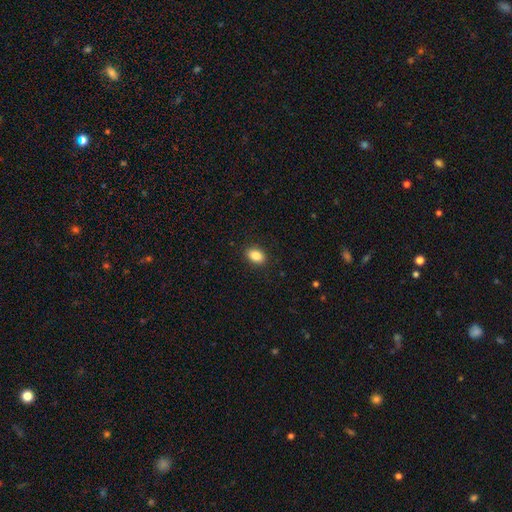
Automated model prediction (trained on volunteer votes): Morphology: type=smooth (86%); roundness=in between (81%); merging=none (90%).